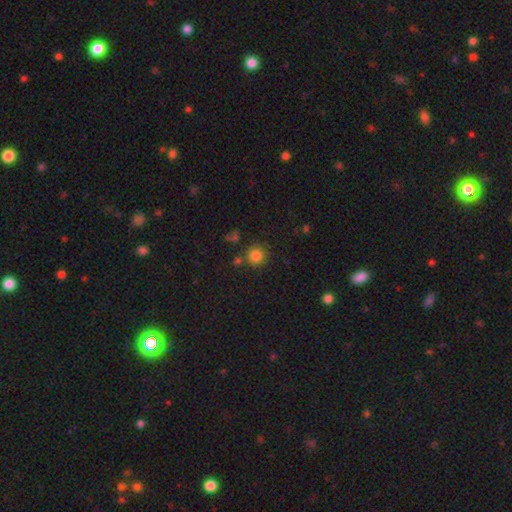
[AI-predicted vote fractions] A smooth galaxy with no disk features (83%) that is round (93%).

Vote fractions:
- Smooth or featured? smooth: 83% / star or artifact: 12% / featured or disk: 5%
- How rounded? round: 93% / in between: 6% / cigar-shaped: 1%
- Merging? none: 80% / minor disturbance: 9% / merger: 8% / major disturbance: 3%